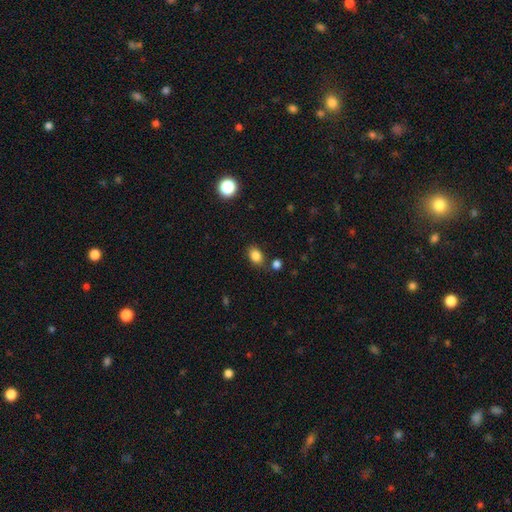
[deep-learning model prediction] Q: Smooth or featured?
A: smooth (84%); runner-up: star or artifact (11%)
Q: How rounded?
A: in between (69%); runner-up: round (30%)
Q: Merging?
A: none (77%); runner-up: minor disturbance (12%)